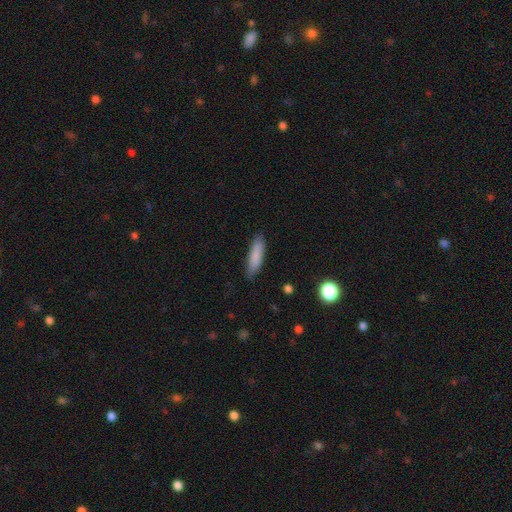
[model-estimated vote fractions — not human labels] This is clearly a smooth galaxy (85%). How rounded: likely cigar-shaped (67%). Merging: clearly none (86%).